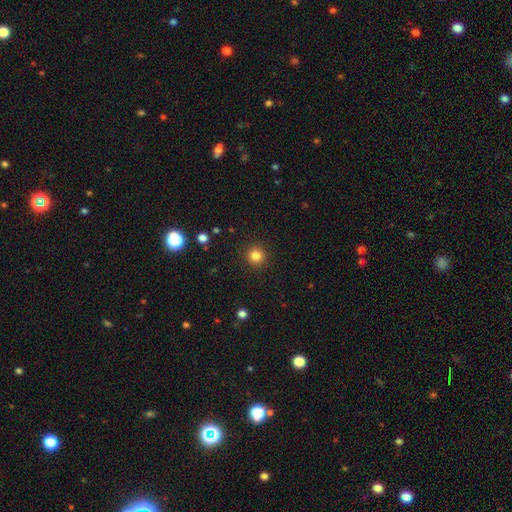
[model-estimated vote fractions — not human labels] Smooth or featured? smooth (83%)
How rounded? round (95%)
Merging? none (92%)